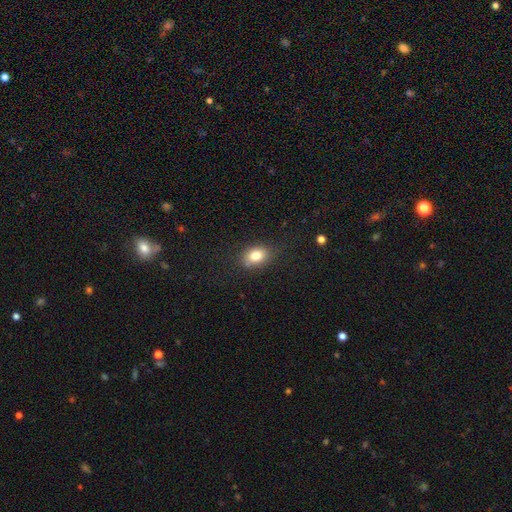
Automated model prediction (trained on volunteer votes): A smooth galaxy with no disk features (81%) that is in between round and cigar-shaped (71%).

Vote fractions:
- Smooth or featured? smooth: 81% / star or artifact: 10% / featured or disk: 9%
- How rounded? in between: 71% / round: 28% / cigar-shaped: 1%
- Merging? none: 78% / minor disturbance: 16% / major disturbance: 4% / merger: 2%